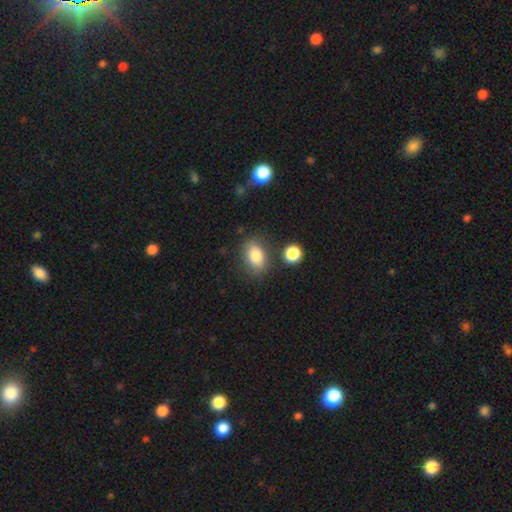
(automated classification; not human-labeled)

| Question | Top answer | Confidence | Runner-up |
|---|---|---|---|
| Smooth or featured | smooth | 81% | featured or disk (9%) |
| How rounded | in between | 79% | round (19%) |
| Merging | none | 76% | minor disturbance (14%) |